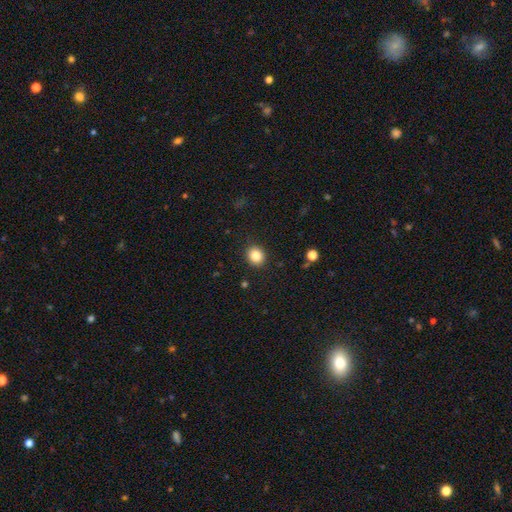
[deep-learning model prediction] This is clearly a smooth galaxy (84%). How rounded: likely round (76%). Merging: clearly none (90%).